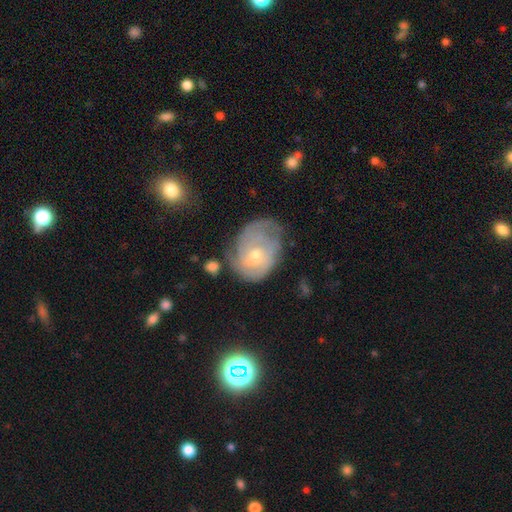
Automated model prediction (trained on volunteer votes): Smooth or featured: featured or disk — 64% (smooth — 29%)
Edge-on disk: no — 97% (yes — 3%)
Bar: no — 68% (weak — 28%)
Spiral arms: yes — 80% (no — 20%)
Spiral winding: tight — 55% (medium — 32%)
Spiral arm count: can't tell — 48% (2 — 22%)
Bulge size: small — 57% (moderate — 39%)
Merging: none — 45% (minor disturbance — 32%)